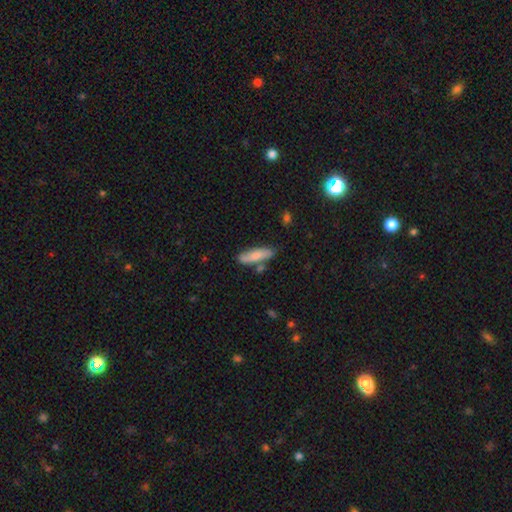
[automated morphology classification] This is likely a smooth galaxy (78%). How rounded: possibly cigar-shaped (56%). Merging: likely none (67%).